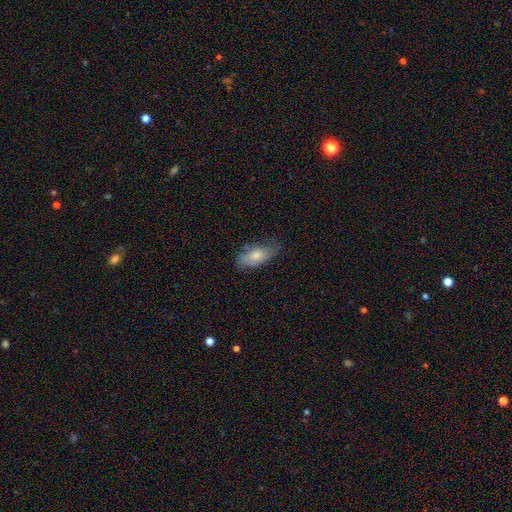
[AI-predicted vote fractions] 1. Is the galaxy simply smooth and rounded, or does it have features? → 70% smooth, 24% featured or disk, 7% star or artifact.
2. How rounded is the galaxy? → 86% in between, 11% cigar-shaped, 3% round.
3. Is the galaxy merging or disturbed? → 59% none, 31% minor disturbance, 8% major disturbance, 2% merger.